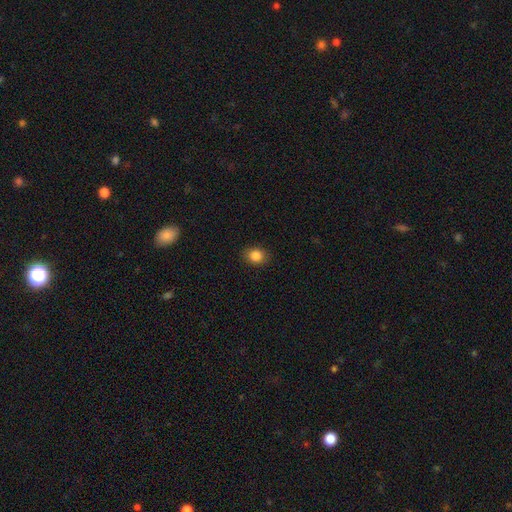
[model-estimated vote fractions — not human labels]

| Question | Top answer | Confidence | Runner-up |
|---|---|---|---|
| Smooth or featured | smooth | 85% | star or artifact (10%) |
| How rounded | in between | 51% | round (48%) |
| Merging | none | 89% | minor disturbance (8%) |